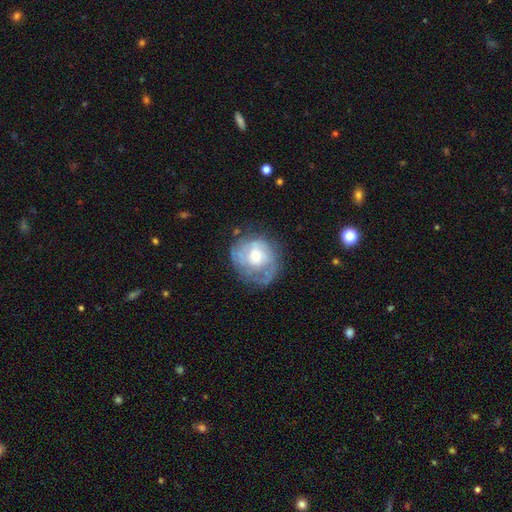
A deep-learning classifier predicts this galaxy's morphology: This appears to be a featured or disk galaxy (64%) with no bar (70%), spiral arms (69%) and a moderate central bulge (58%). Merging: none (55%).